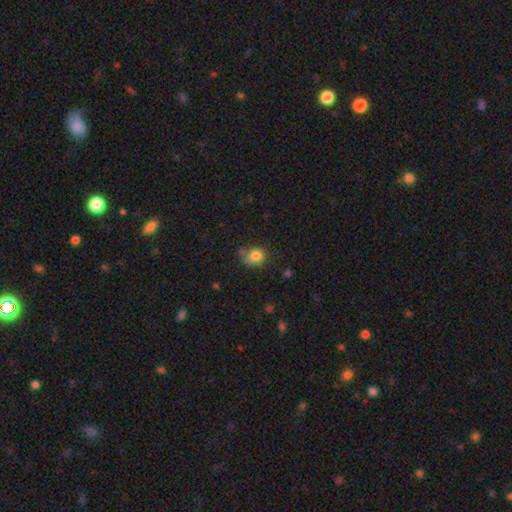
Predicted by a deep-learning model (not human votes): Smooth or featured?
  - smooth: 81% *
  - star or artifact: 11%
  - featured or disk: 8%
How rounded?
  - round: 68% *
  - in between: 31%
  - cigar-shaped: 1%
Merging?
  - none: 57% *
  - minor disturbance: 24%
  - merger: 12%
  - major disturbance: 7%